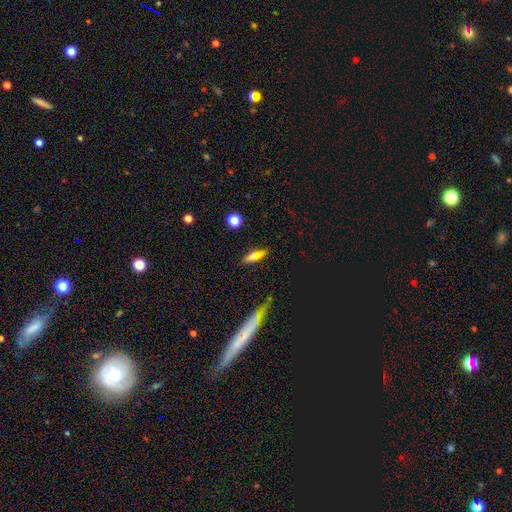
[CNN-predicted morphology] The model was most divided on "smooth or featured": smooth: 47%, featured or disk: 44%, star or artifact: 9%. More confident: merging — none (80%).